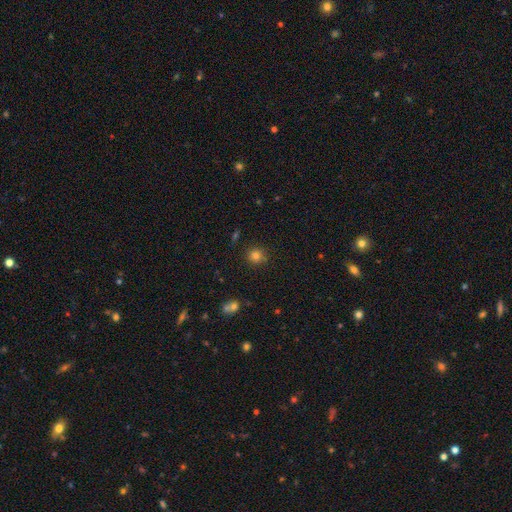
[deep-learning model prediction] The model was most divided on "smooth or featured": smooth: 79%, star or artifact: 15%, featured or disk: 6%. More confident: how rounded — round (92%); merging — none (86%).